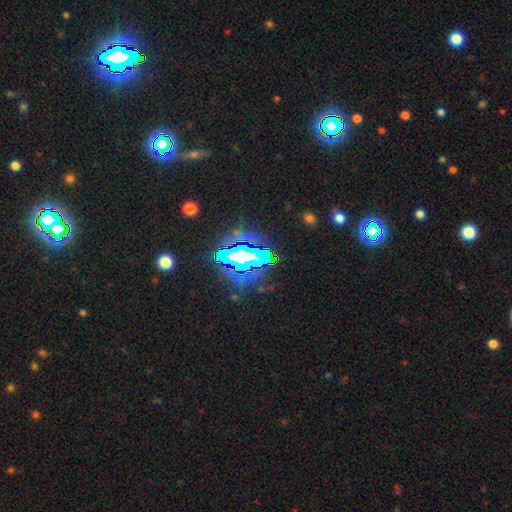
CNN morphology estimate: smooth-or-featured: star or artifact: 80% | smooth: 11% | featured or disk: 9%